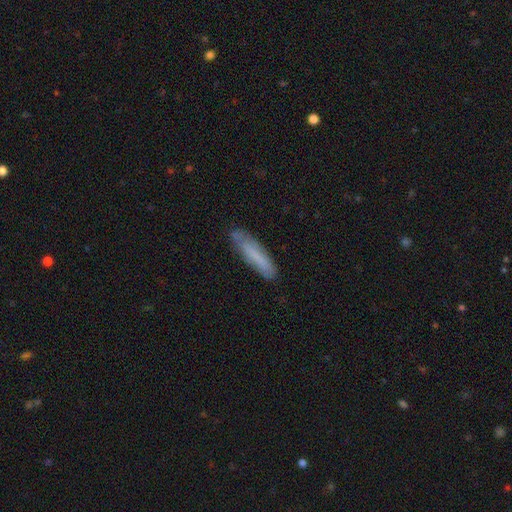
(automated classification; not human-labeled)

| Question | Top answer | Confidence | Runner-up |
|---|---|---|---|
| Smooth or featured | smooth | 64% | featured or disk (28%) |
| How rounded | cigar-shaped | 80% | in between (19%) |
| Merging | none | 75% | minor disturbance (19%) |